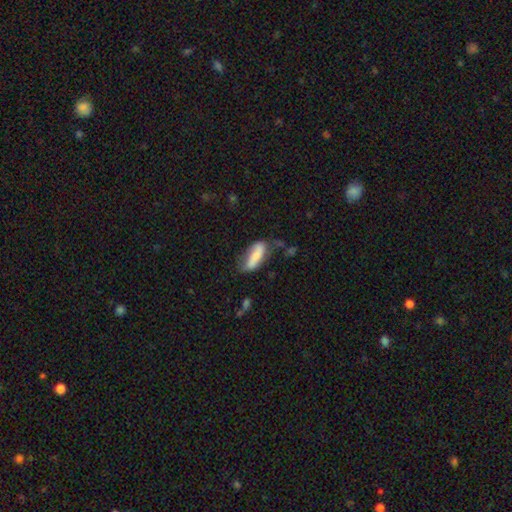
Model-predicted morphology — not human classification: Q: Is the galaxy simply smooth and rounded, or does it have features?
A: smooth — 71%.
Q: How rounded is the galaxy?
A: in between — 65%.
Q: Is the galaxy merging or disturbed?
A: none — 49%.